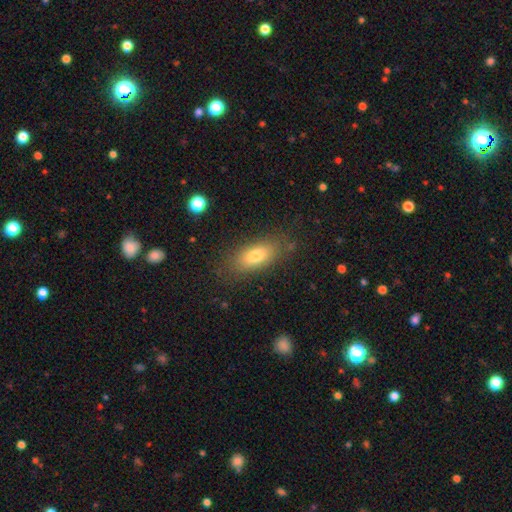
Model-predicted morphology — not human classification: smooth_or_featured: smooth (p=0.75) [alt: featured or disk p=0.16]
how_rounded: in between (p=0.77) [alt: cigar-shaped p=0.18]
merging: none (p=0.82) [alt: minor disturbance p=0.12]